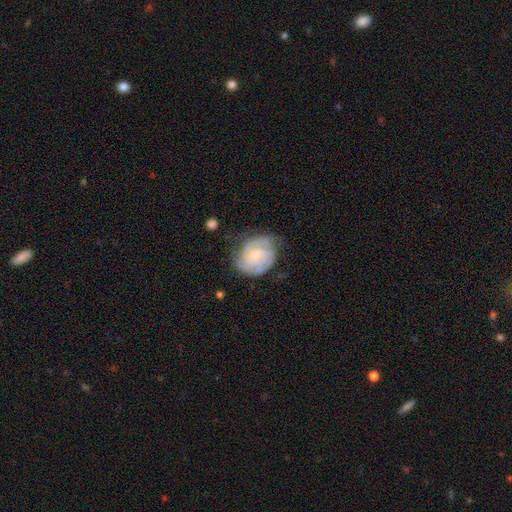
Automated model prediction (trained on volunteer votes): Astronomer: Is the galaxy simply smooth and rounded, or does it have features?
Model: featured or disk — 87%.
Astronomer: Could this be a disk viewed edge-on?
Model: no — 98%.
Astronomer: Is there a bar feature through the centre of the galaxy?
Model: no — 57% (runner-up: weak, 36%).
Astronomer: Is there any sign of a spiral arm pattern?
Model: yes — 97%.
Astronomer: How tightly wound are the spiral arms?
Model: tight — 73%.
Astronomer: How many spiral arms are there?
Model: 2 — 46% (runner-up: 3, 26%).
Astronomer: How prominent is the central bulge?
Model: small — 62%.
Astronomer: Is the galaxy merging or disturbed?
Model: none — 72%.